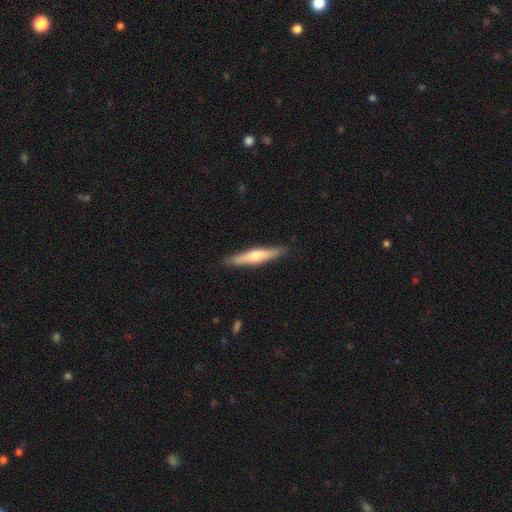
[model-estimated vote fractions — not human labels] Morphology: type=featured or disk (51%); edge-on=yes (95%); merging=none (89%).